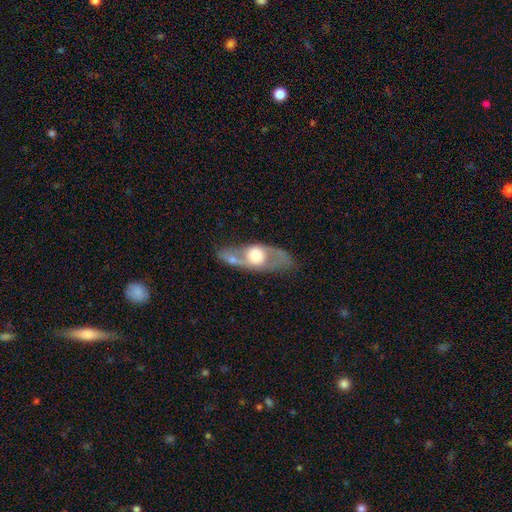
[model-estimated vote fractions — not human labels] smooth_or_featured: featured or disk (p=0.67) [alt: smooth p=0.27]
disk_edge_on: no (p=0.76) [alt: yes p=0.24]
bar: no (p=0.76) [alt: weak p=0.18]
has_spiral_arms: yes (p=0.53) [alt: no p=0.47]
bulge_size: moderate (p=0.50) [alt: large p=0.38]
merging: none (p=0.54) [alt: minor disturbance p=0.17]